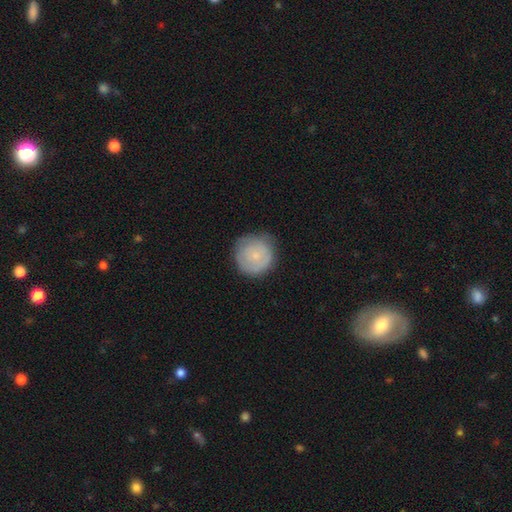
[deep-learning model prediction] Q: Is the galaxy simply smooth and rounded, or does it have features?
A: smooth — 63%.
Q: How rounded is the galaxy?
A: round — 93%.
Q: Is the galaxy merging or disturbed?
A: none — 73%.